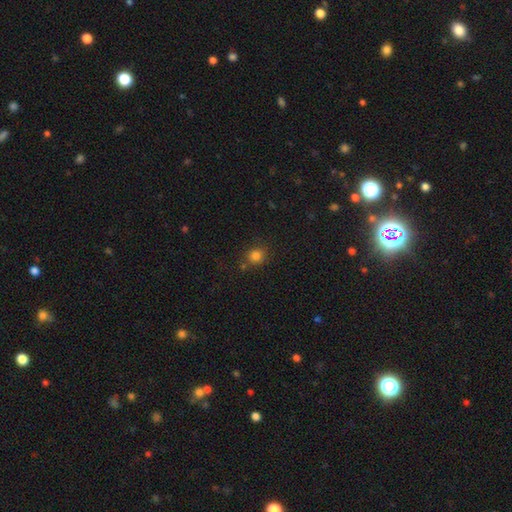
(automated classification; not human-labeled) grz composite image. It shows a smooth galaxy with no disk features (81%) that is round (82%). Merging: none (75%).